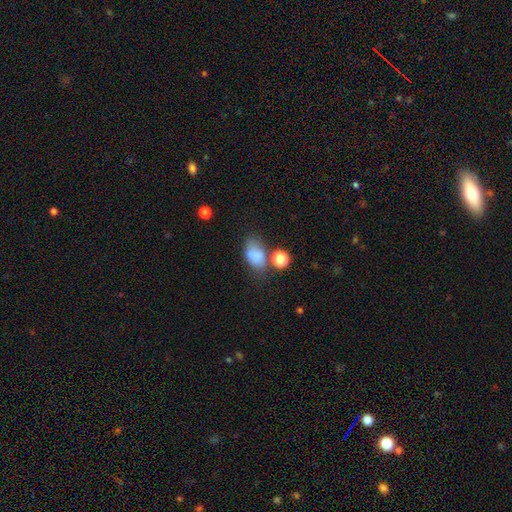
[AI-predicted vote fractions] The model was most divided on "merging": none: 47%, minor disturbance: 24%, merger: 18%, major disturbance: 12%. More confident: how rounded — in between (84%); smooth or featured — smooth (78%).